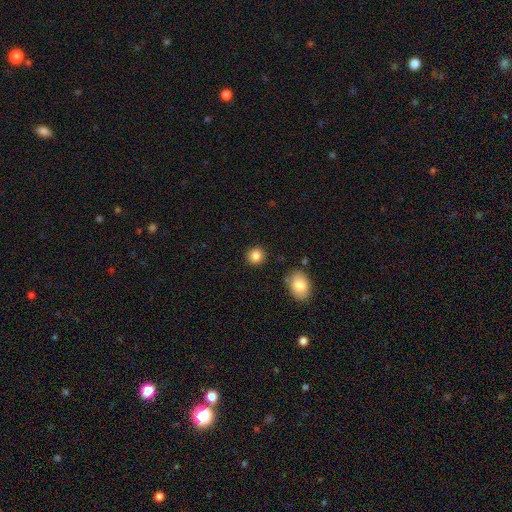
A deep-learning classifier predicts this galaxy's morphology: smooth 86%, star or artifact 9%, featured or disk 5%. Down the decision tree: how rounded — round (88%); merging — none (89%).